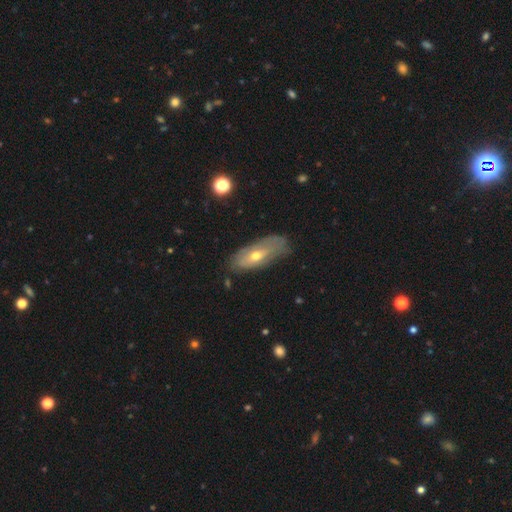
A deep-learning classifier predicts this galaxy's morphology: Smooth or featured? Predicted: featured or disk (p=0.54). Edge-on disk? Predicted: no (p=0.70). Merging? Predicted: none (p=0.71).